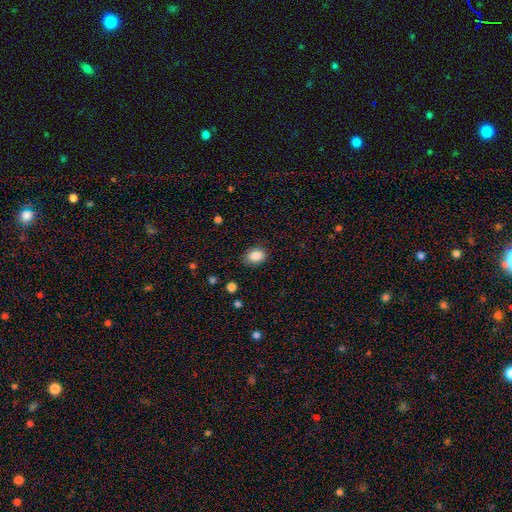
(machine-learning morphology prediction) smooth 88%, star or artifact 8%, featured or disk 4%. Down the decision tree: how rounded — in between (64%); merging — none (84%).